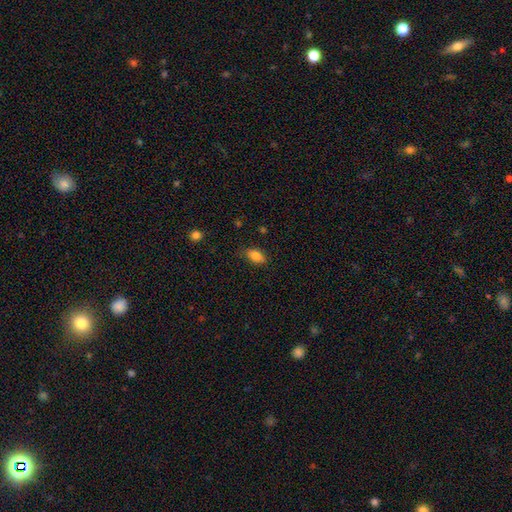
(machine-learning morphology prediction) Q: Smooth or featured?
A: smooth (85%); runner-up: star or artifact (8%)
Q: How rounded?
A: in between (89%); runner-up: round (7%)
Q: Merging?
A: none (76%); runner-up: minor disturbance (19%)